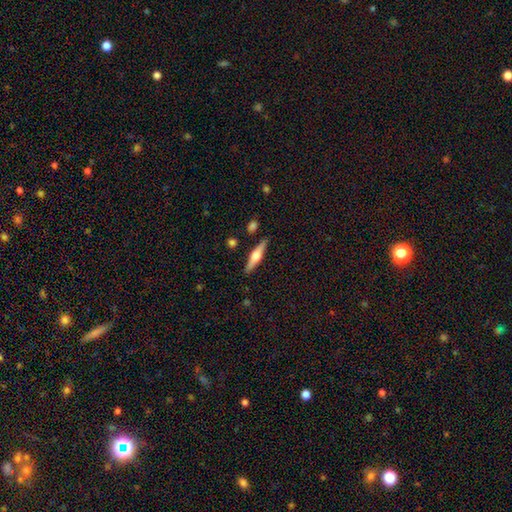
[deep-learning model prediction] Overall: featured or disk (60%; smooth 34%). Edge-on disk: yes (97%). Edge-on bulge: rounded (88%). Merging: none (88%).